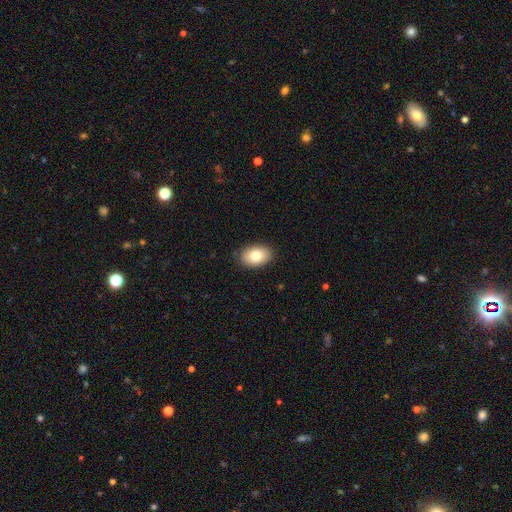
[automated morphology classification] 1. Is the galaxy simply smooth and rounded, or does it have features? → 81% smooth, 12% featured or disk, 8% star or artifact.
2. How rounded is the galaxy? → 87% in between, 12% round, 1% cigar-shaped.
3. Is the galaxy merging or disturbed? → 87% none, 10% minor disturbance, 2% major disturbance, 1% merger.